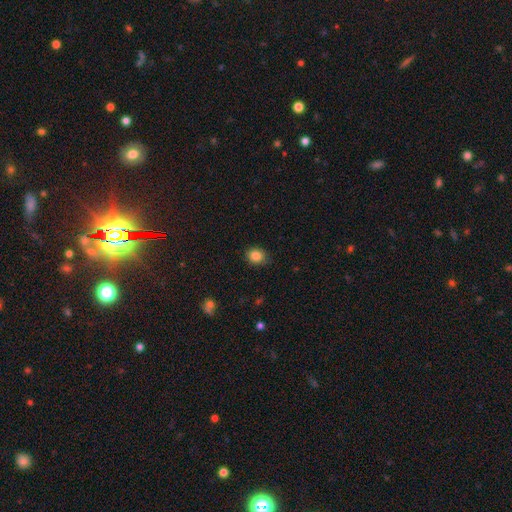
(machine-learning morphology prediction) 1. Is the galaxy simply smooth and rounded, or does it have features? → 85% smooth, 10% star or artifact, 4% featured or disk.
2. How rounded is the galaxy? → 67% round, 32% in between, 1% cigar-shaped.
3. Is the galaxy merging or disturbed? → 81% none, 15% minor disturbance, 3% major disturbance, 1% merger.